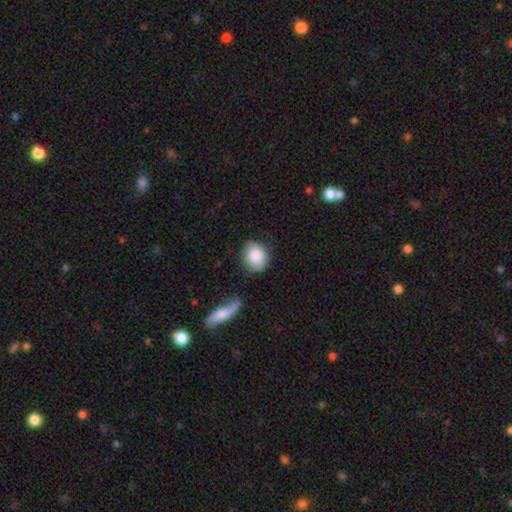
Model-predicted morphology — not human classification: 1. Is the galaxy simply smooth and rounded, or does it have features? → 86% smooth, 7% featured or disk, 7% star or artifact.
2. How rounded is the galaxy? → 57% round, 41% in between, 1% cigar-shaped.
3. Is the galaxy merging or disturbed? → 72% none, 18% minor disturbance, 5% major disturbance, 4% merger.